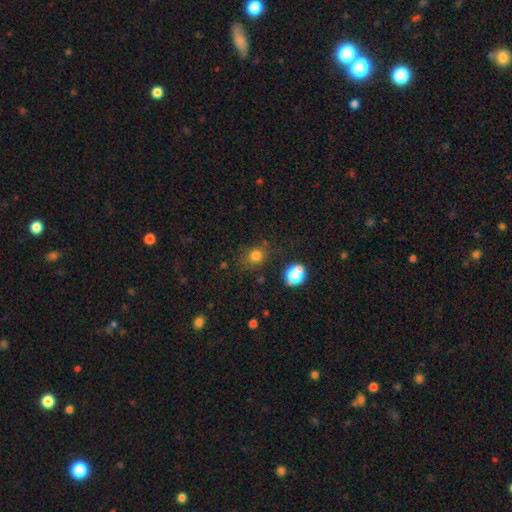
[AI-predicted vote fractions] A smooth galaxy with no disk features (76%) that is round (73%). Merging: none (75%).